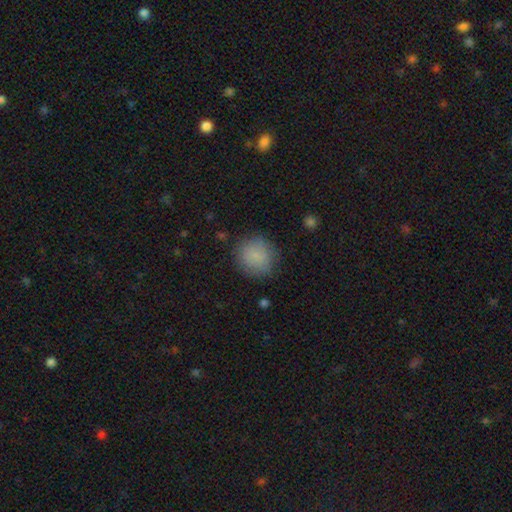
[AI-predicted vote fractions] This appears to be a smooth galaxy with no disk features (85%) that is round (88%). Merging: none (83%).